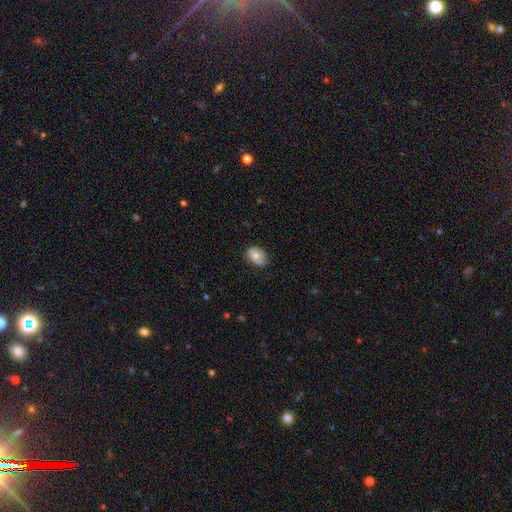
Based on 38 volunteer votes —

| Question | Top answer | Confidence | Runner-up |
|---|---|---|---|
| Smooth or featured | smooth | 74% | featured or disk (24%) |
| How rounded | in between | 75% | round (25%) |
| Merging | none | 76% | minor disturbance (19%) |